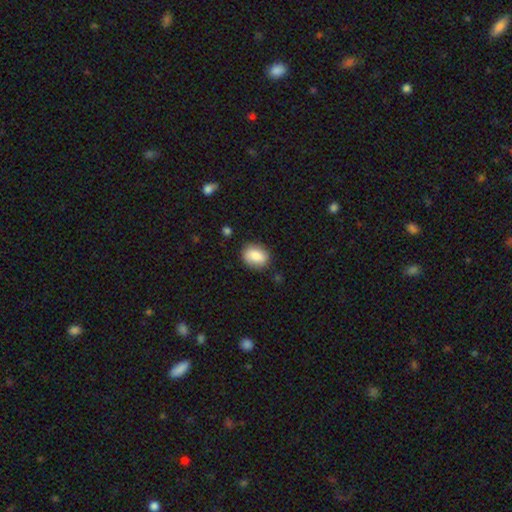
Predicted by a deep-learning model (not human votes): Smooth or featured?
  - smooth: 83% *
  - featured or disk: 9%
  - star or artifact: 7%
How rounded?
  - in between: 59% *
  - round: 39%
  - cigar-shaped: 1%
Merging?
  - none: 81% *
  - minor disturbance: 14%
  - major disturbance: 3%
  - merger: 2%